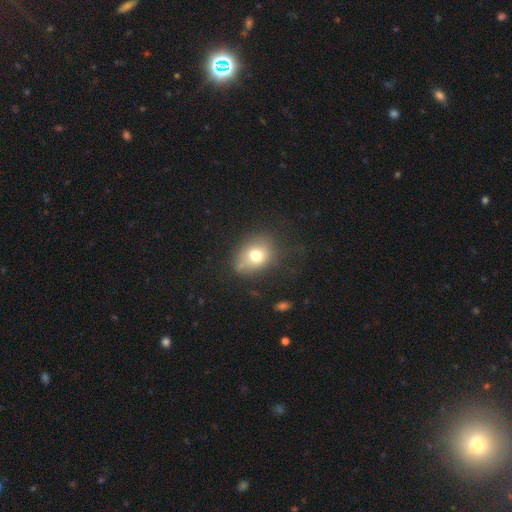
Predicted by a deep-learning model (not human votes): The model was most divided on "how rounded": in between: 53%, round: 45%, cigar-shaped: 1%. More confident: smooth or featured — smooth (72%); merging — none (64%).